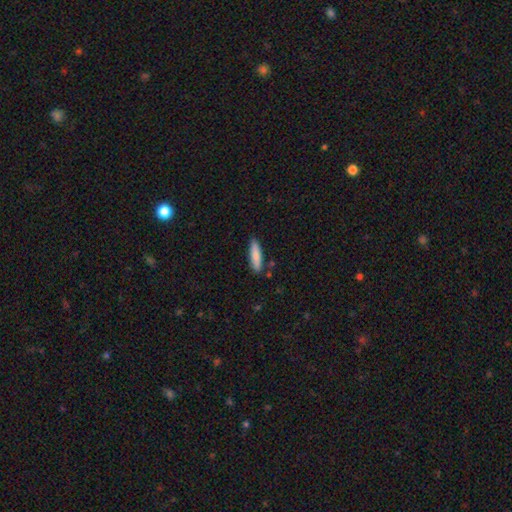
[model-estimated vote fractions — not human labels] Smooth or featured?
  - smooth: 83% *
  - featured or disk: 12%
  - star or artifact: 6%
How rounded?
  - cigar-shaped: 71% *
  - in between: 27%
  - round: 2%
Merging?
  - none: 85% *
  - minor disturbance: 10%
  - merger: 3%
  - major disturbance: 2%